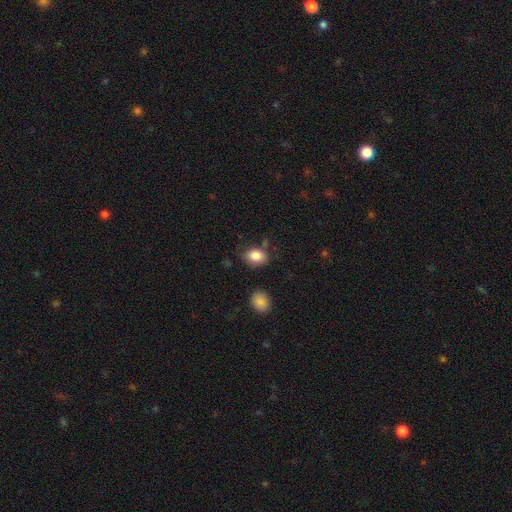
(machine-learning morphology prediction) Smooth or featured: smooth — 86% (star or artifact — 8%)
How rounded: in between — 76% (round — 23%)
Merging: none — 75% (minor disturbance — 17%)